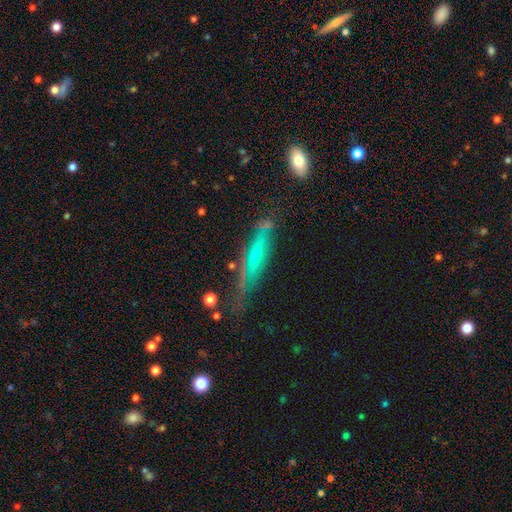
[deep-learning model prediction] A featured or disk galaxy (66%) viewed edge-on (71%).

Vote fractions:
- Smooth or featured? featured or disk: 66% / smooth: 23% / star or artifact: 11%
- Edge-on disk? yes: 71% / no: 29%
- Merging? none: 51% / minor disturbance: 27% / major disturbance: 16% / merger: 6%